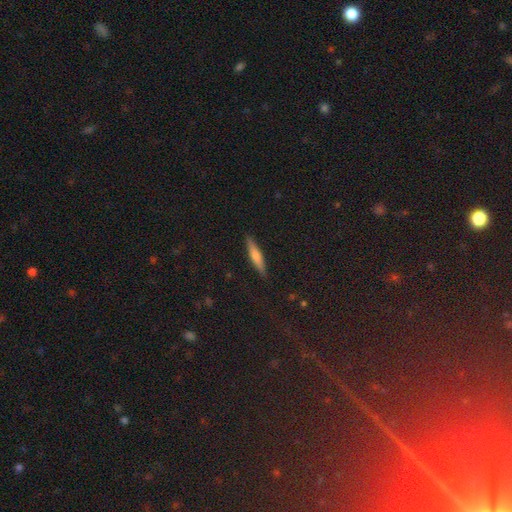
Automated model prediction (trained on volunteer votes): Smooth or featured? Predicted: smooth (p=0.57). How rounded? Predicted: cigar-shaped (p=0.85). Merging? Predicted: none (p=0.90).